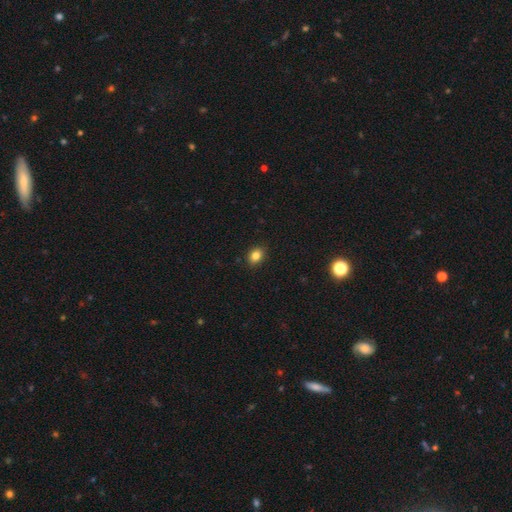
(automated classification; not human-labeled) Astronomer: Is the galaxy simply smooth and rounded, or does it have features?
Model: smooth — 84%.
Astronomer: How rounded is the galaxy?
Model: in between — 63%.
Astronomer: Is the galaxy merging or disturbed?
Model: none — 89%.